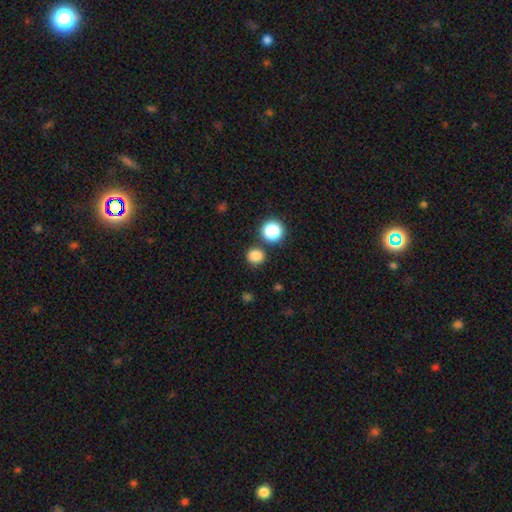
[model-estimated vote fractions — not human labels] A smooth galaxy with no disk features (82%) that is round (86%). Merging: none (82%).